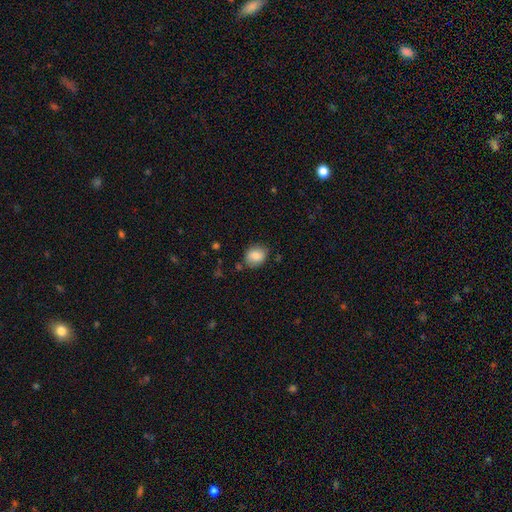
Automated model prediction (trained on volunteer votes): smooth 83%, featured or disk 9%, star or artifact 8%. Down the decision tree: how rounded — round (57%); merging — none (79%).